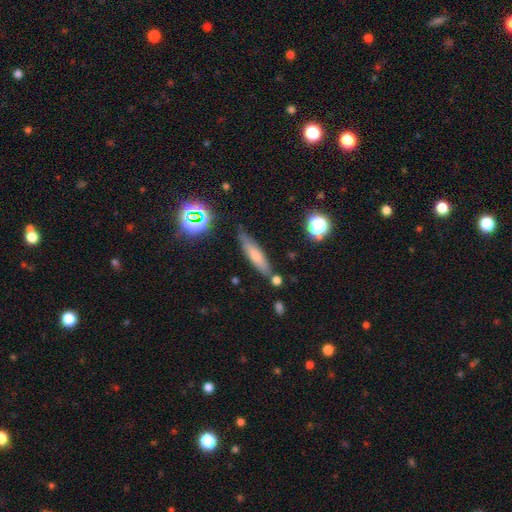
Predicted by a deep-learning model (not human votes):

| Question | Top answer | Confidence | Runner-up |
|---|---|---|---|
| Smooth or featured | smooth | 64% | featured or disk (26%) |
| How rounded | cigar-shaped | 77% | in between (21%) |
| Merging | none | 75% | minor disturbance (15%) |